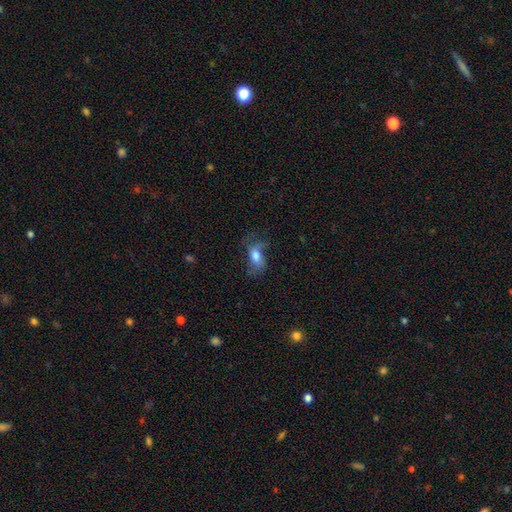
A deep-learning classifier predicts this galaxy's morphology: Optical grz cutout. It shows a smooth galaxy with no disk features (59%) that is in between round and cigar-shaped (86%). Merging: none (43%).